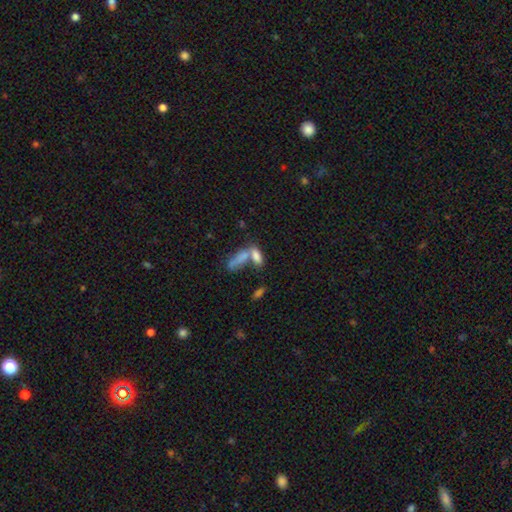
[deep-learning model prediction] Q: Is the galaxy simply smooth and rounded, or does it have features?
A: smooth — 77%.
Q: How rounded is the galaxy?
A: in between — 75%.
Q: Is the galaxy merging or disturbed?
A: merger — 56%.